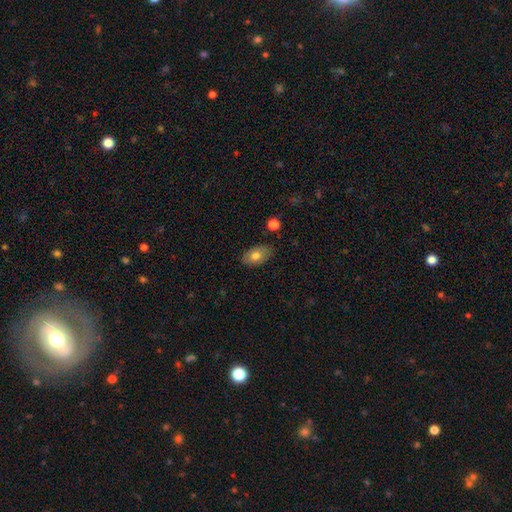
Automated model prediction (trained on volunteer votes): Smooth or featured?
  - smooth: 76% *
  - featured or disk: 17%
  - star or artifact: 7%
How rounded?
  - in between: 90% *
  - round: 9%
  - cigar-shaped: 1%
Merging?
  - none: 80% *
  - minor disturbance: 15%
  - major disturbance: 3%
  - merger: 2%